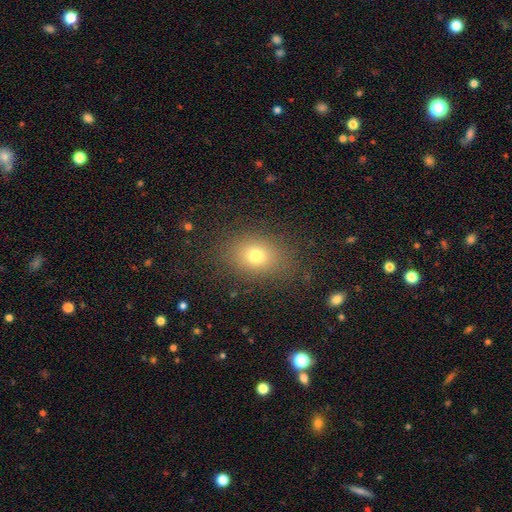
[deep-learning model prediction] Smooth or featured? Predicted: smooth (p=0.74). How rounded? Predicted: in between (p=0.70). Merging? Predicted: none (p=0.84).